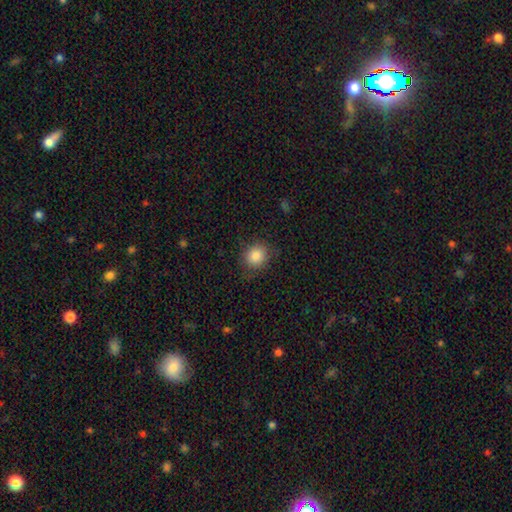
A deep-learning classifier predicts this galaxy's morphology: smooth_or_featured: smooth (p=0.85) [alt: star or artifact p=0.09]
how_rounded: round (p=0.72) [alt: in between p=0.27]
merging: none (p=0.80) [alt: minor disturbance p=0.15]